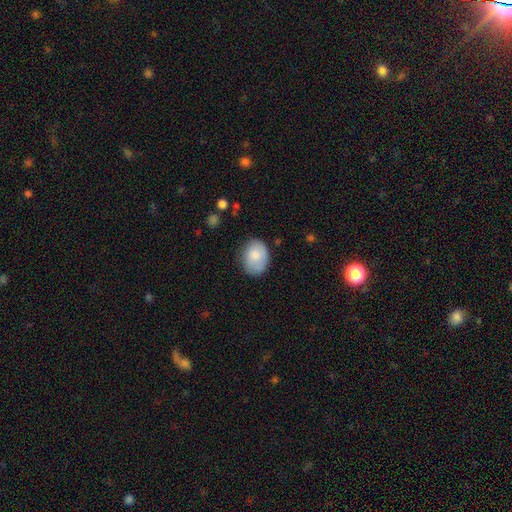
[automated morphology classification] Smooth or featured: smooth — 83% (featured or disk — 11%)
How rounded: in between — 70% (round — 29%)
Merging: none — 72% (minor disturbance — 21%)